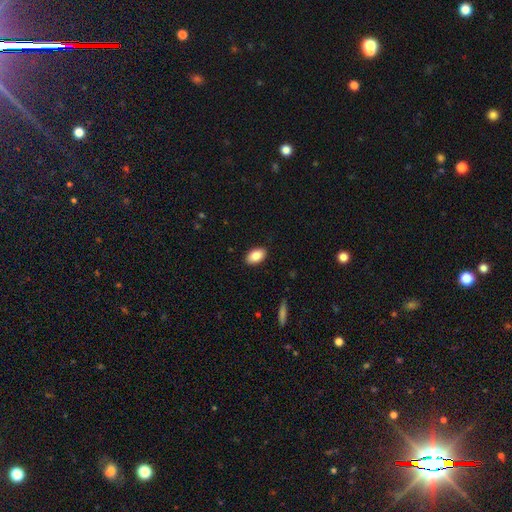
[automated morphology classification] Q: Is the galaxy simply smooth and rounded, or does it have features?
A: smooth — 87%.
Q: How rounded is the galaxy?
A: in between — 93%.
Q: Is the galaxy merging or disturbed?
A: none — 89%.